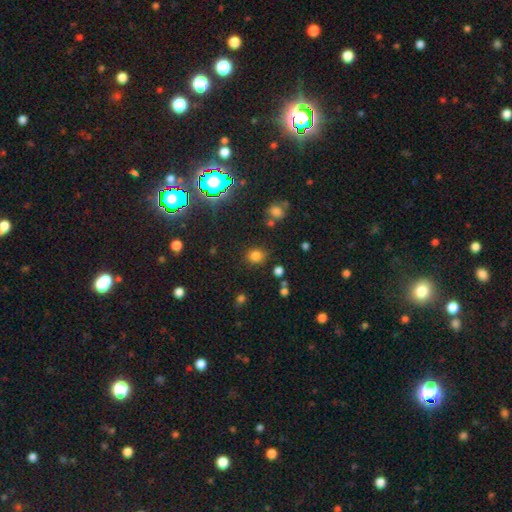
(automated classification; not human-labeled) Morphology: type=smooth (76%); roundness=round (76%); merging=none (83%).